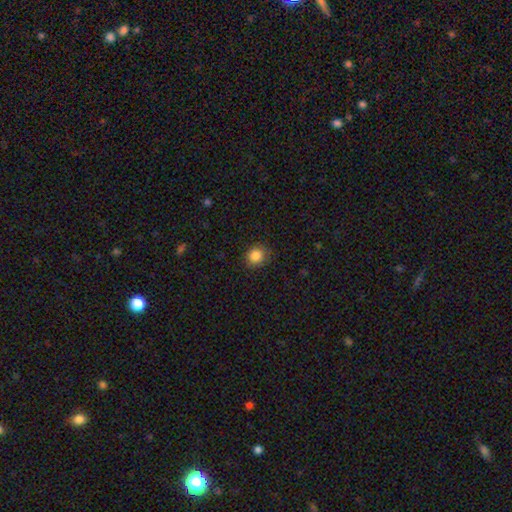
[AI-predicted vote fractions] This is clearly a smooth galaxy (85%). How rounded: clearly round (82%). Merging: clearly none (84%).